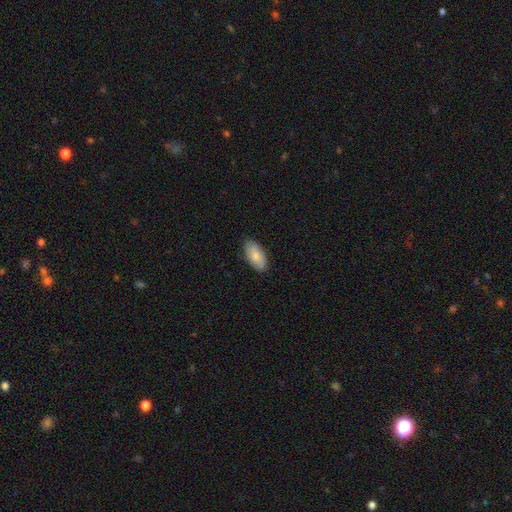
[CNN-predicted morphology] Overall: smooth (83%). How rounded: in between (93%). Merging: none (85%).